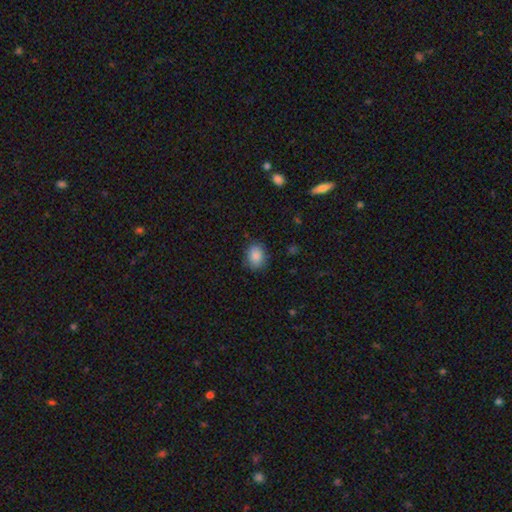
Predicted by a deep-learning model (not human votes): smooth_or_featured: smooth (p=0.87) [alt: star or artifact p=0.08]
how_rounded: in between (p=0.53) [alt: round p=0.46]
merging: none (p=0.81) [alt: minor disturbance p=0.14]